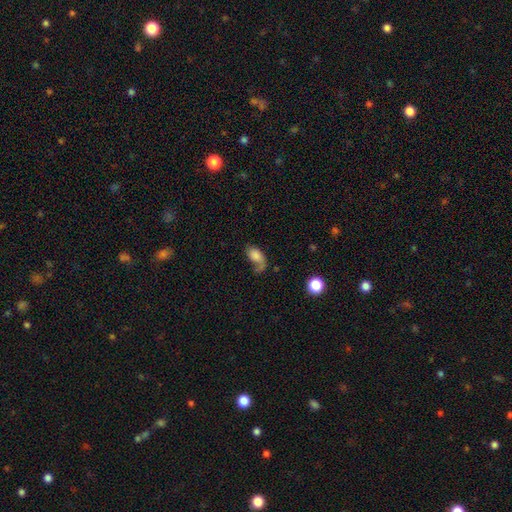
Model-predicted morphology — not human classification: Smooth or featured: smooth — 65% (featured or disk — 25%)
How rounded: in between — 85% (round — 12%)
Merging: major disturbance — 40% (none — 30%)